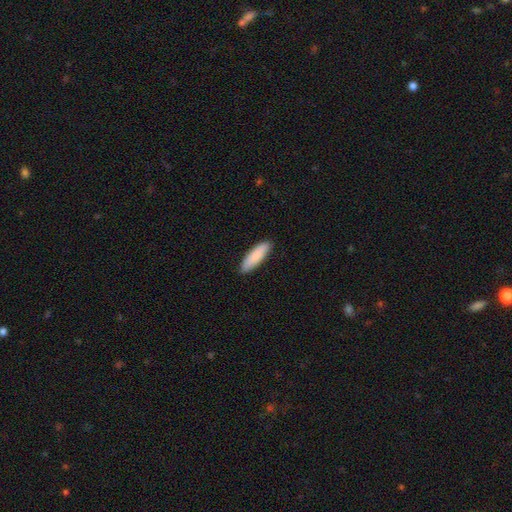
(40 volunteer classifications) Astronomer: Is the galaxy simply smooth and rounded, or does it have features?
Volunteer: smooth — 92%.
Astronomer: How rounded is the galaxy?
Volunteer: cigar-shaped — 49% (runner-up: in between, 46%).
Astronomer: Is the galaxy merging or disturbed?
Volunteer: none — 87%.